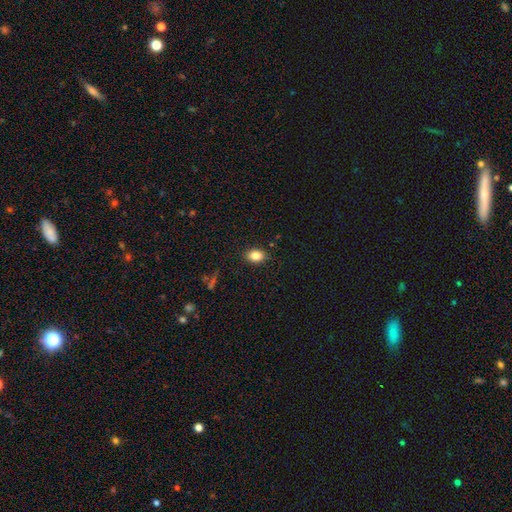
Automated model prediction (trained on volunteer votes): Overall: smooth (84%). How rounded: in between (77%). Merging: none (86%).